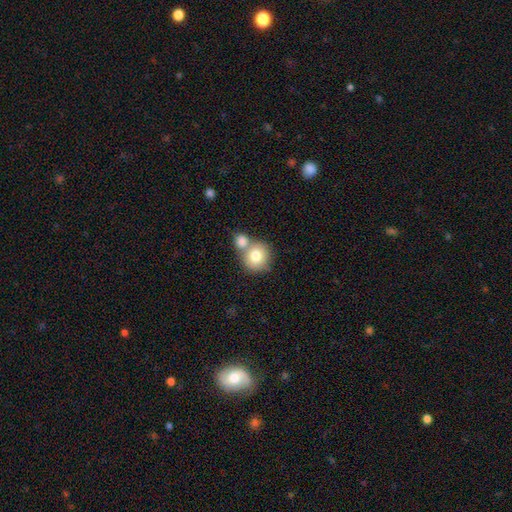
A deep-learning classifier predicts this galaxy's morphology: This appears to be a smooth galaxy with no disk features (78%) that is round (87%). Merging: merger (48%).